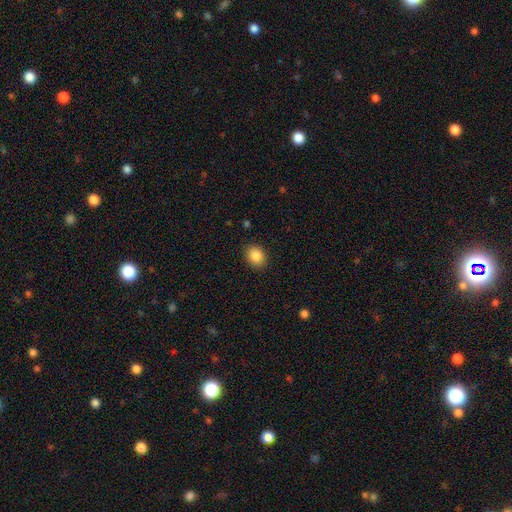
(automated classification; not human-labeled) smooth_or_featured: smooth (p=0.87) [alt: star or artifact p=0.09]
how_rounded: round (p=0.50) [alt: in between p=0.49]
merging: none (p=0.89) [alt: minor disturbance p=0.08]